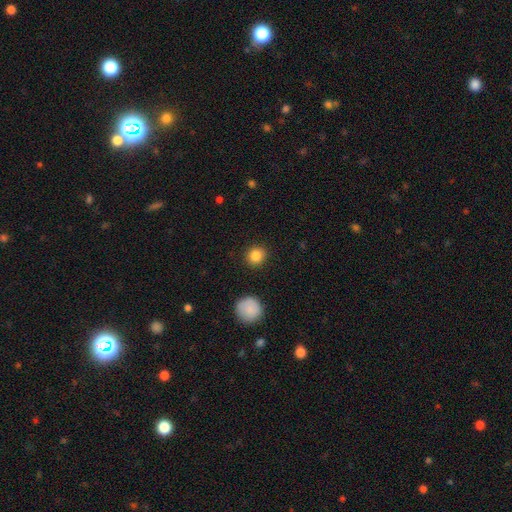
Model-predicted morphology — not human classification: A smooth galaxy with no disk features (85%) that is round (89%).

Vote fractions:
- Smooth or featured? smooth: 85% / star or artifact: 10% / featured or disk: 5%
- How rounded? round: 89% / in between: 10% / cigar-shaped: 1%
- Merging? none: 90% / minor disturbance: 6% / major disturbance: 2% / merger: 1%